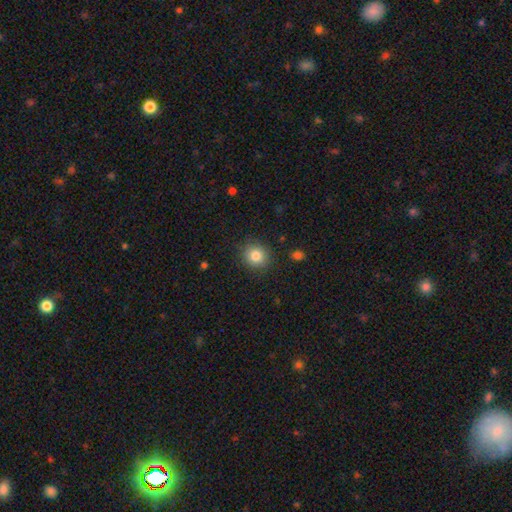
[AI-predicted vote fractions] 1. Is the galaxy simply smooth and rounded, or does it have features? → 84% smooth, 10% star or artifact, 6% featured or disk.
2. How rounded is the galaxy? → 86% round, 13% in between, 1% cigar-shaped.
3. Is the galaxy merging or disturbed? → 88% none, 8% minor disturbance, 2% major disturbance, 1% merger.